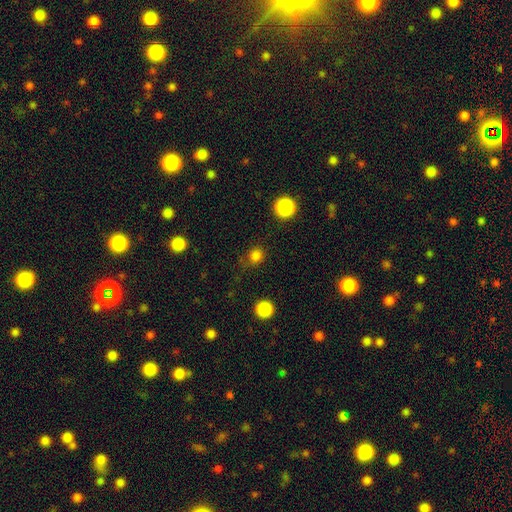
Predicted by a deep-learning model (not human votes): smooth 80%, star or artifact 16%, featured or disk 4%. Down the decision tree: how rounded — round (82%); merging — none (75%).